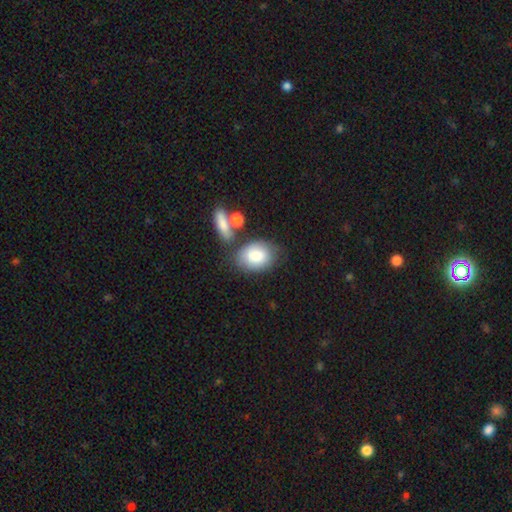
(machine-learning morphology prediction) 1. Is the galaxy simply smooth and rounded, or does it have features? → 81% smooth, 12% featured or disk, 7% star or artifact.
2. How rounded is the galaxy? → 77% in between, 21% round, 2% cigar-shaped.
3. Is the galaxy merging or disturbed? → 58% none, 18% merger, 17% minor disturbance, 7% major disturbance.